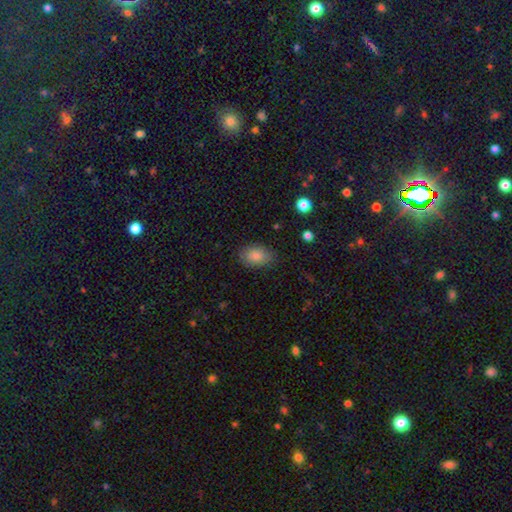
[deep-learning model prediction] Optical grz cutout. It shows a smooth galaxy with no disk features (83%) that is in between round and cigar-shaped (83%). Merging: none (83%).